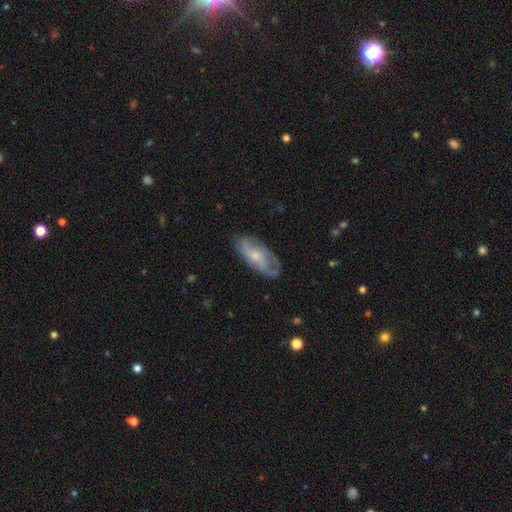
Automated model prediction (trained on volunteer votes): Smooth or featured: featured or disk — 59% (smooth — 34%)
Edge-on disk: no — 90% (yes — 10%)
Bar: no — 71% (weak — 24%)
Spiral arms: yes — 78% (no — 22%)
Bulge size: small — 60% (moderate — 33%)
Merging: none — 65% (minor disturbance — 24%)